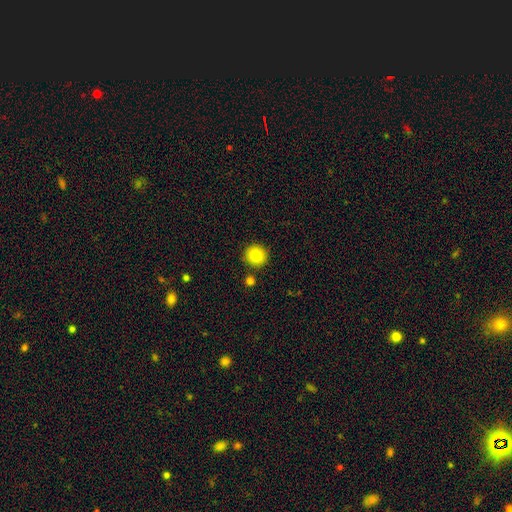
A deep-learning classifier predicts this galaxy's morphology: A smooth galaxy with no disk features (84%) that is round (94%). Merging: none (88%).